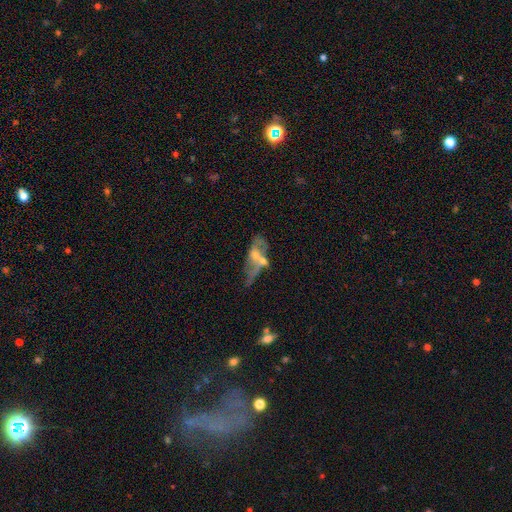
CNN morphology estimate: smooth-or-featured: featured or disk: 61% | smooth: 27% | star or artifact: 12%
  disk-edge-on: no: 84% | yes: 16%
    bar: no: 69% | weak: 23% | strong: 8%
    has-spiral-arms: no: 58% | yes: 42%
    bulge-size: moderate: 41% (tied) | small: 41% (tied) | none: 13% | large: 4% | dominant: 2%
  merging: merger: 33% | none: 28% | major disturbance: 21% | minor disturbance: 17%